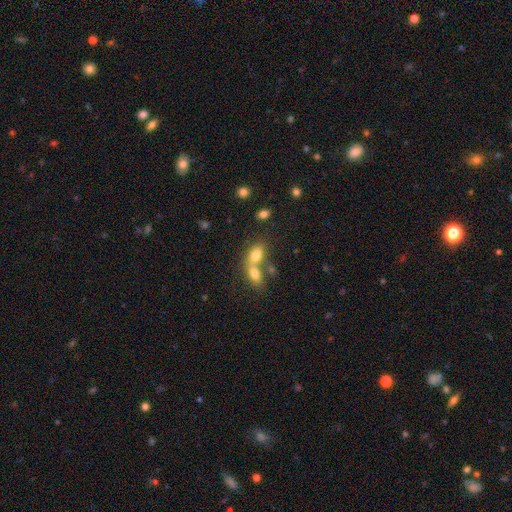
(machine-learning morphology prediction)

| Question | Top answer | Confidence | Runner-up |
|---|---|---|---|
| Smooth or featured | smooth | 76% | featured or disk (15%) |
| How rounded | in between | 79% | round (19%) |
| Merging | merger | 66% | none (24%) |